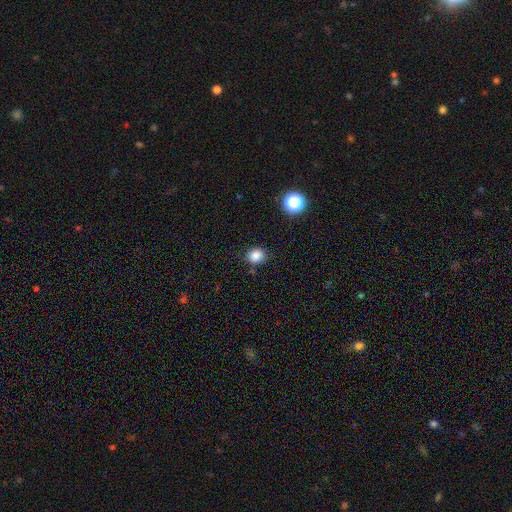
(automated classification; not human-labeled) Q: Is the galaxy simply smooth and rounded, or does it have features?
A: smooth — 84%.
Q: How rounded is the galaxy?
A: round — 74%.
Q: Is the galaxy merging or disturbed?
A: none — 84%.